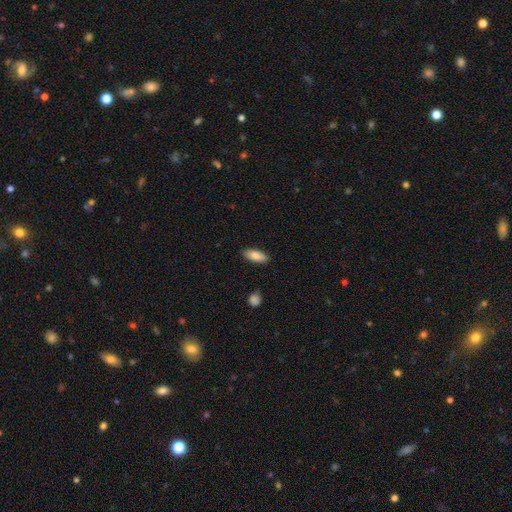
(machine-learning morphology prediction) type=smooth (84%); roundness=in between (79%); merging=none (86%).